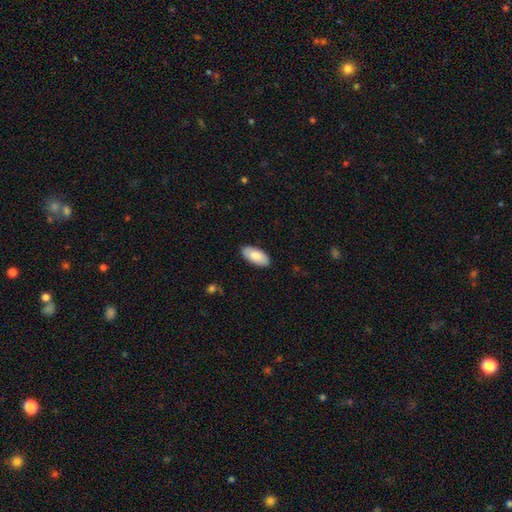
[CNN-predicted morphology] smooth_or_featured: smooth (p=0.80) [alt: featured or disk p=0.15]
how_rounded: in between (p=0.94) [alt: cigar-shaped p=0.05]
merging: none (p=0.88) [alt: minor disturbance p=0.09]